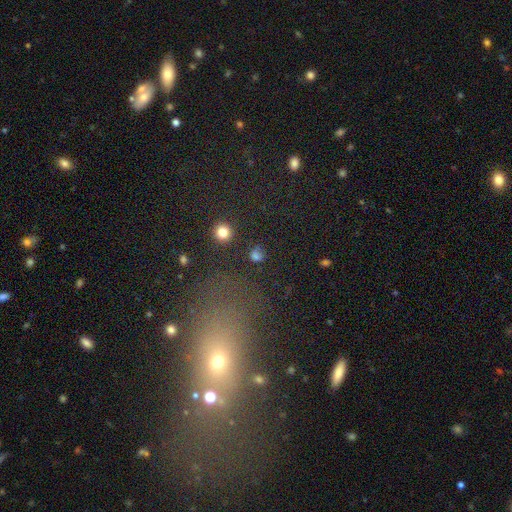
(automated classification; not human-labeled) Smooth or featured? smooth (74%)
How rounded? round (88%)
Merging? none (81%)